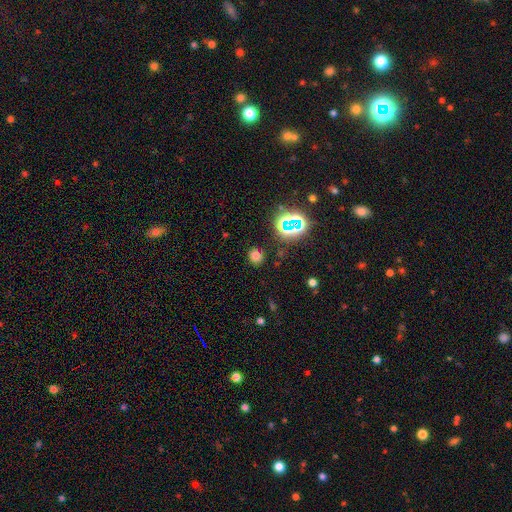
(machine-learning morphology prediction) Smooth or featured? Predicted: smooth (p=0.69). How rounded? Predicted: round (p=0.81). Merging? Predicted: none (p=0.87).